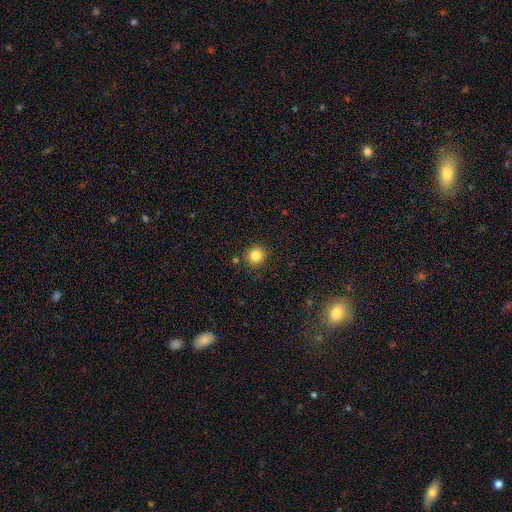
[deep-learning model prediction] A smooth galaxy with no disk features (84%) that is round (92%). Merging: none (89%).